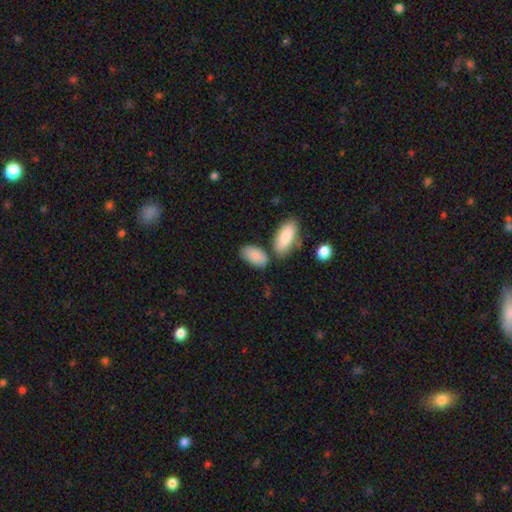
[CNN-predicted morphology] This appears to be a smooth galaxy with no disk features (86%) that is in between round and cigar-shaped (93%). Merging: none (62%).